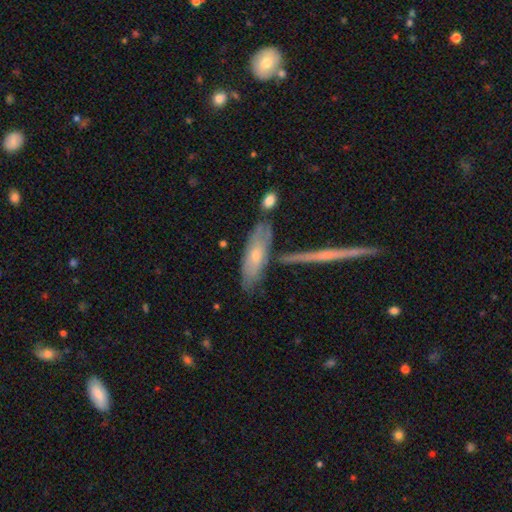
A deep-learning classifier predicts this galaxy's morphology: A smooth galaxy with no disk features (51%) that is in between round and cigar-shaped (55%). Merging: none (64%).